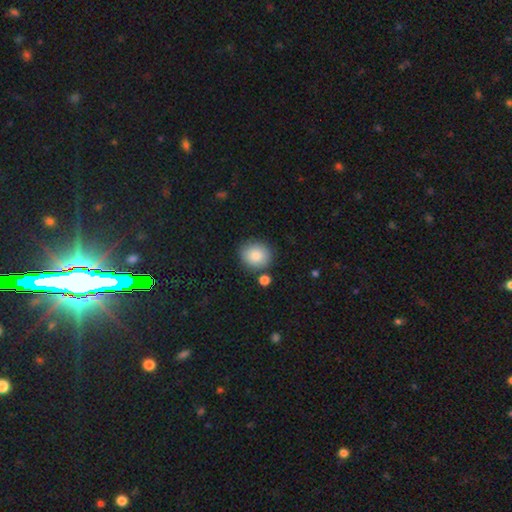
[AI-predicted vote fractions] Smooth or featured? smooth (85%)
How rounded? round (76%)
Merging? none (80%)